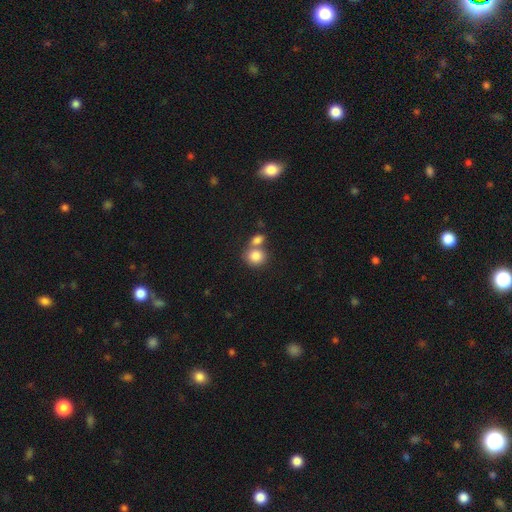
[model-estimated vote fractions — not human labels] Overall: smooth (83%). How rounded: round (73%). Merging: merger (47%; none 42%).